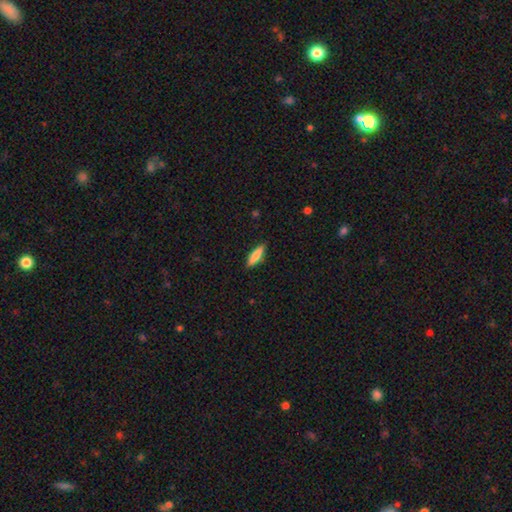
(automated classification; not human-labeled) This is likely a smooth galaxy (80%). How rounded: likely cigar-shaped (66%). Merging: clearly none (87%).